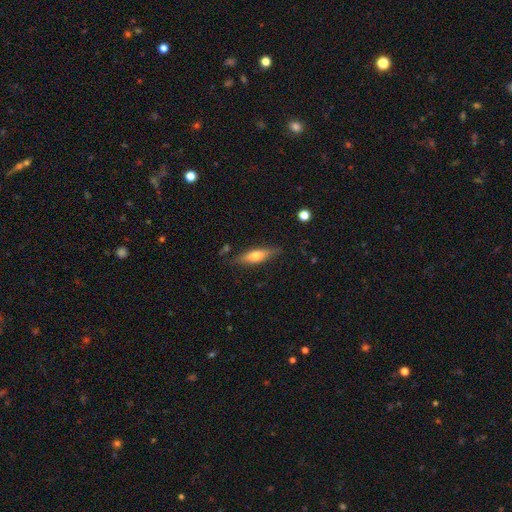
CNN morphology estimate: smooth_or_featured: smooth (p=0.53) [alt: featured or disk p=0.41]
how_rounded: cigar-shaped (p=0.62) [alt: in between p=0.36]
merging: none (p=0.81) [alt: minor disturbance p=0.14]